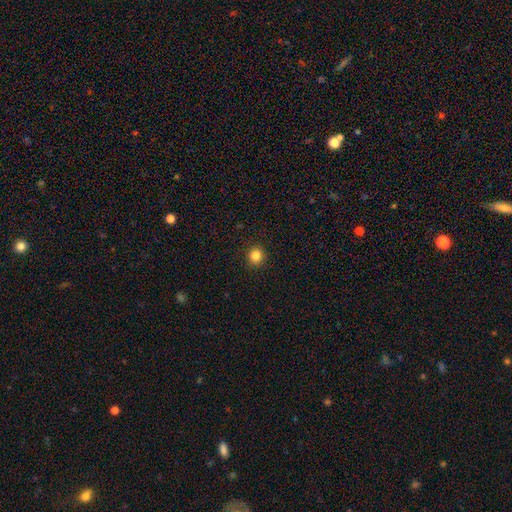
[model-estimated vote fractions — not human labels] The model was most divided on "smooth or featured": smooth: 84%, star or artifact: 12%, featured or disk: 4%. More confident: how rounded — round (94%); merging — none (93%).